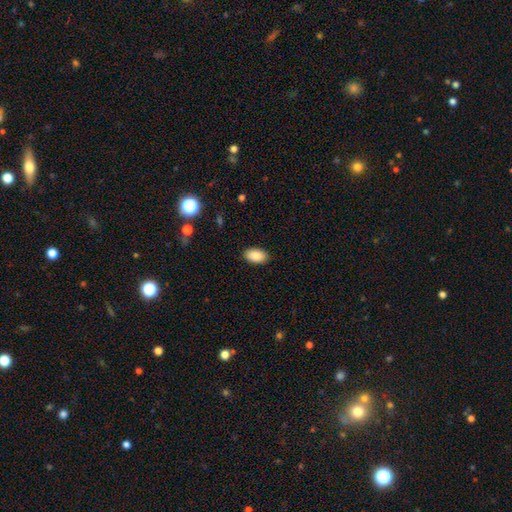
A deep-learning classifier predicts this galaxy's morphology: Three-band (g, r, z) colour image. It shows a smooth galaxy with no disk features (87%) that is in between round and cigar-shaped (93%). Merging: none (89%).